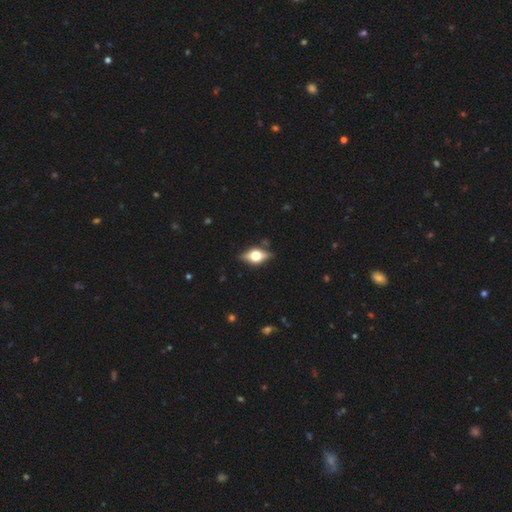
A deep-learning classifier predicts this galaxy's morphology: Overall: featured or disk (65%; smooth 26%). Edge-on disk: yes (93%). Edge-on bulge: rounded (94%). Merging: none (83%).